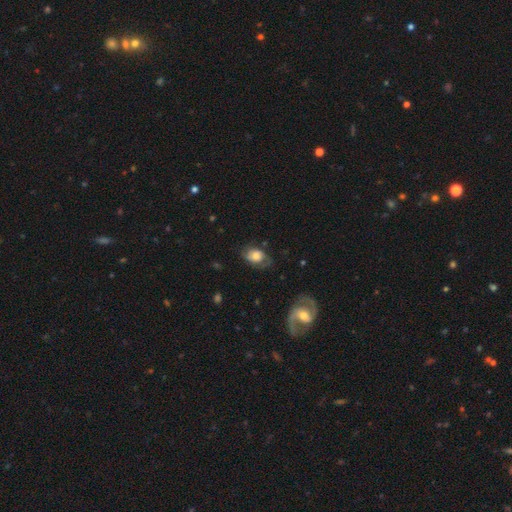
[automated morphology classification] smooth_or_featured: smooth (p=0.56) [alt: featured or disk p=0.36]
how_rounded: in between (p=0.73) [alt: round p=0.25]
merging: none (p=0.61) [alt: minor disturbance p=0.25]